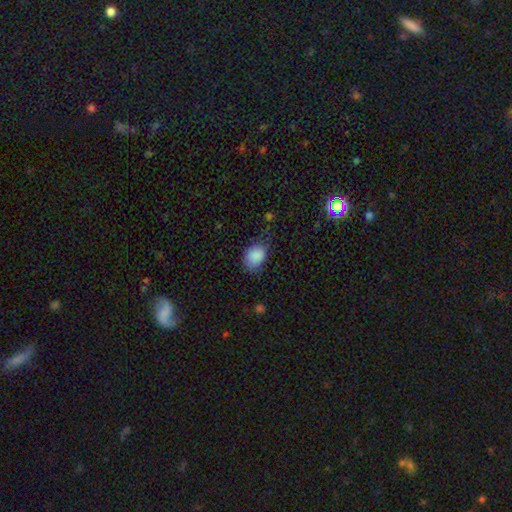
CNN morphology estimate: type=smooth (87%); roundness=in between (73%); merging=none (53%).